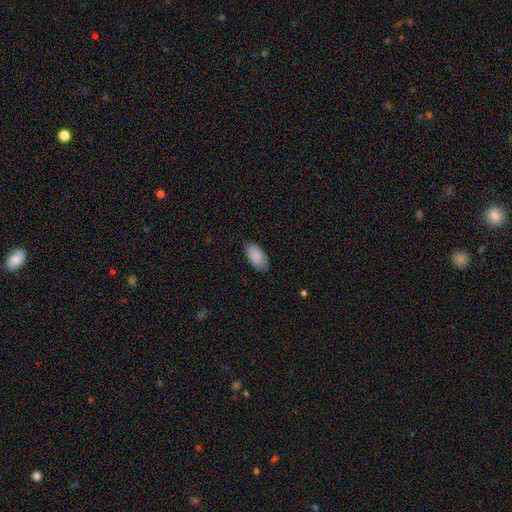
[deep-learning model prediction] This appears to be a smooth galaxy with no disk features (88%) that is in between round and cigar-shaped (95%). Merging: none (85%).